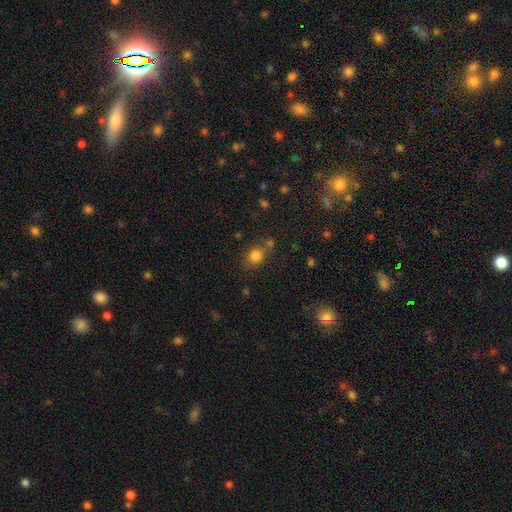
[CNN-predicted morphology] Smooth or featured? Predicted: smooth (p=0.80). How rounded? Predicted: round (p=0.67). Merging? Predicted: none (p=0.68).